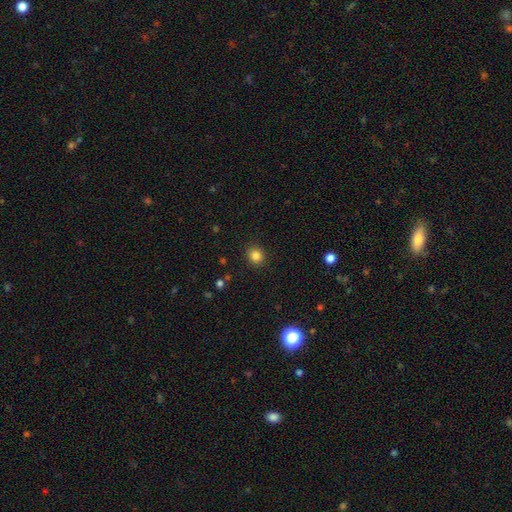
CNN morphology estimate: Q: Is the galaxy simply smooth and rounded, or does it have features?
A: smooth — 84%.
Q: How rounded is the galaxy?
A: round — 83%.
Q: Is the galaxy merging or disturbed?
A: none — 90%.